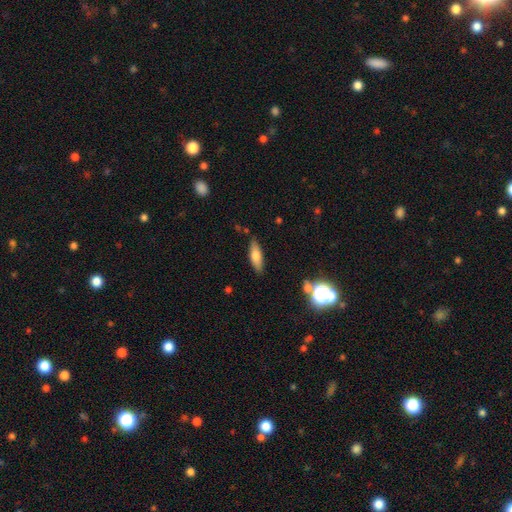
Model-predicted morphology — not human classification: This is likely a smooth galaxy (66%). How rounded: possibly in between (51%). Merging: clearly none (83%).